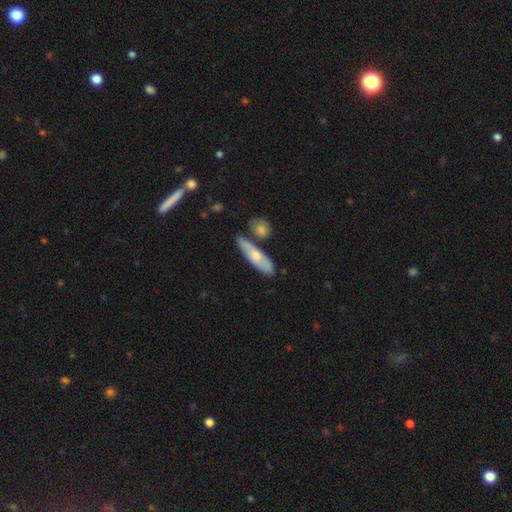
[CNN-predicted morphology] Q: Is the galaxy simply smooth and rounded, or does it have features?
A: smooth — 56%.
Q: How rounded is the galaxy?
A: cigar-shaped — 61%.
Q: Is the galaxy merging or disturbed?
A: none — 68%.